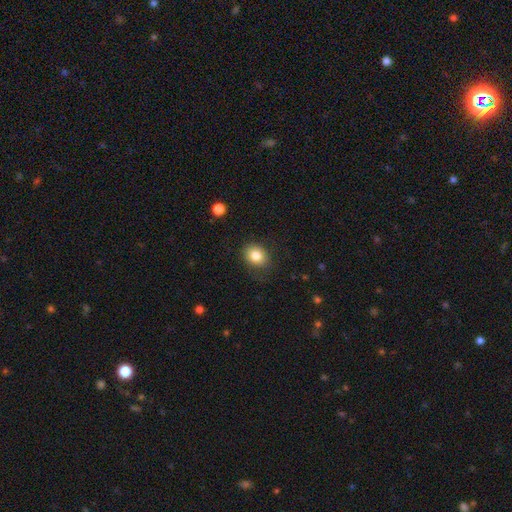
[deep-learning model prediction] A smooth galaxy with no disk features (82%) that is round (58%).

Vote fractions:
- Smooth or featured? smooth: 82% / star or artifact: 10% / featured or disk: 8%
- How rounded? round: 58% / in between: 41% / cigar-shaped: 1%
- Merging? none: 79% / minor disturbance: 15% / major disturbance: 5% / merger: 1%